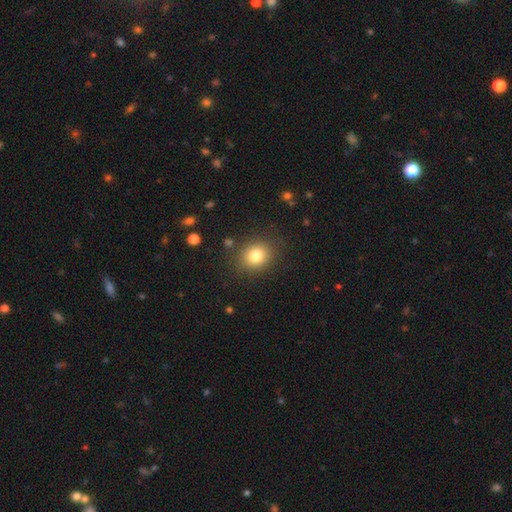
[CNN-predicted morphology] A smooth galaxy with no disk features (80%) that is round (71%). Merging: none (85%).